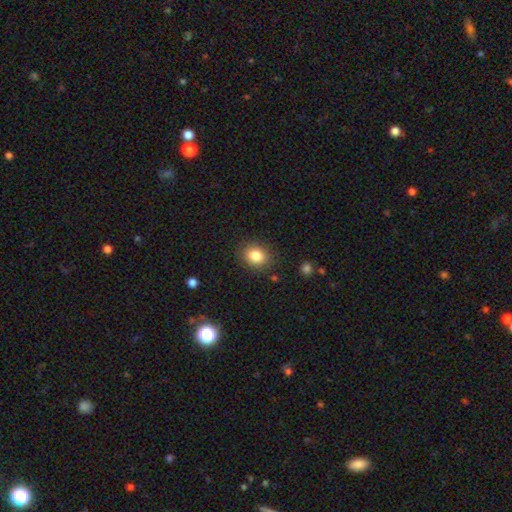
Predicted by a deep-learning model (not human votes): Smooth or featured? Predicted: smooth (p=0.84). How rounded? Predicted: round (p=0.58). Merging? Predicted: none (p=0.86).